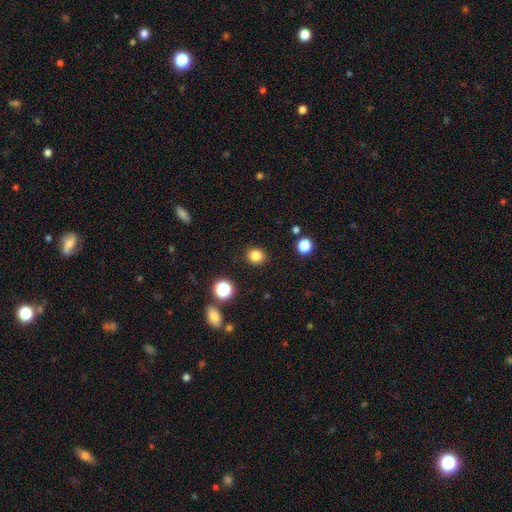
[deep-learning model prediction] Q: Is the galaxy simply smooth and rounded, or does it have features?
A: smooth — 83%.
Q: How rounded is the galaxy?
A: round — 78%.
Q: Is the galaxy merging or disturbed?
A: none — 90%.